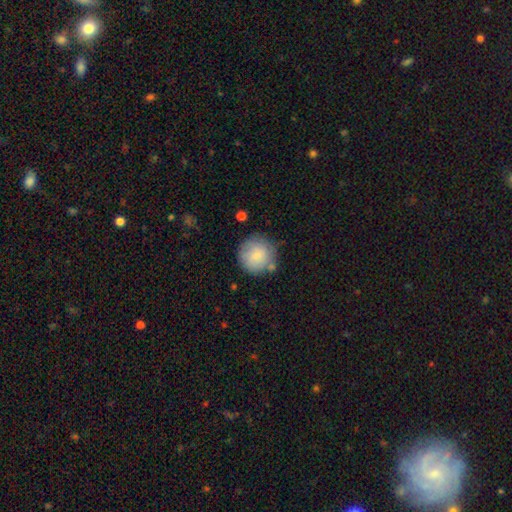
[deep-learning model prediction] smooth_or_featured: smooth (p=0.76) [alt: featured or disk p=0.17]
how_rounded: round (p=0.94) [alt: in between p=0.05]
merging: none (p=0.74) [alt: minor disturbance p=0.16]